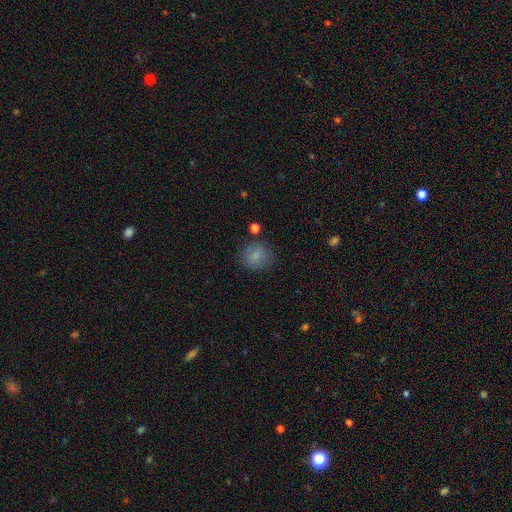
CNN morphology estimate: Smooth or featured? smooth (82%)
How rounded? round (74%)
Merging? none (78%)